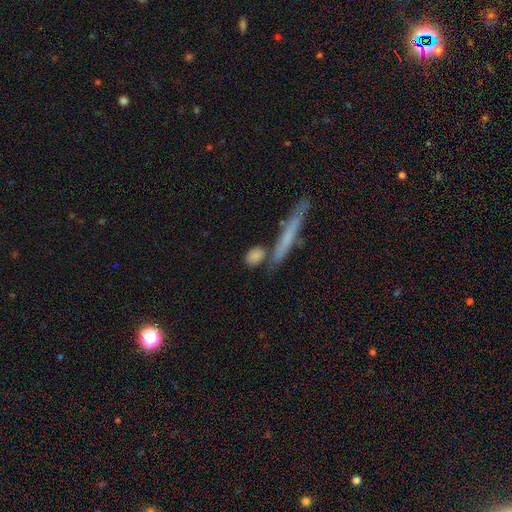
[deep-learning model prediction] smooth 80%, featured or disk 13%, star or artifact 7%. Down the decision tree: how rounded — in between (51%); merging — none (65%).